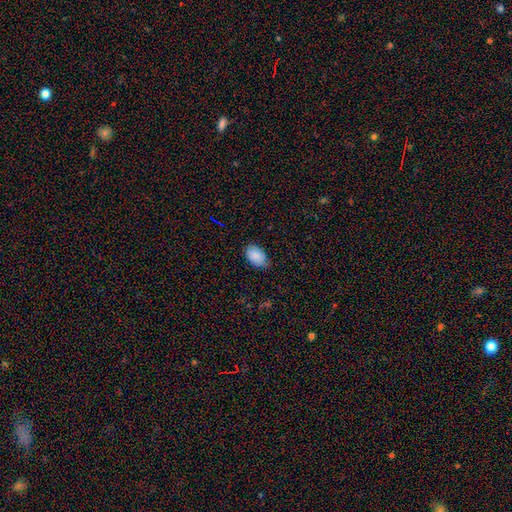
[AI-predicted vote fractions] Overall: smooth (87%). How rounded: in between (89%). Merging: none (71%).